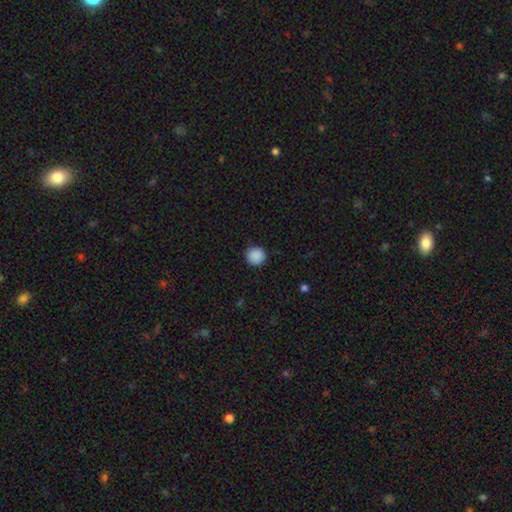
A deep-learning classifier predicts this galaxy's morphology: smooth_or_featured: smooth (p=0.89) [alt: star or artifact p=0.09]
how_rounded: round (p=0.94) [alt: in between p=0.05]
merging: none (p=0.91) [alt: minor disturbance p=0.06]